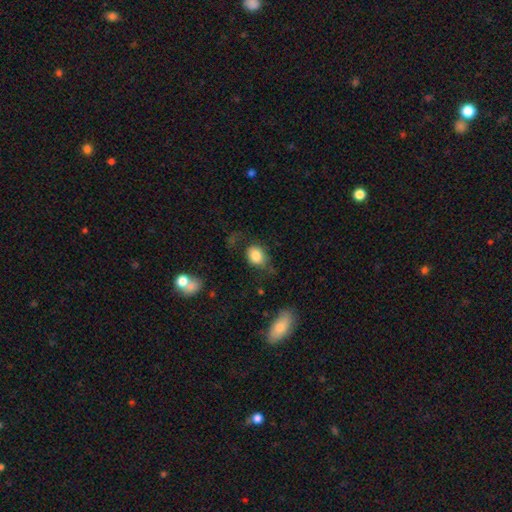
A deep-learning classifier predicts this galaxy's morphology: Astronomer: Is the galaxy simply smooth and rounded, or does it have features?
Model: smooth — 82%.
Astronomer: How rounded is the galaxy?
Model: in between — 58% (runner-up: round, 41%).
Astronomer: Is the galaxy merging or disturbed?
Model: none — 59%.